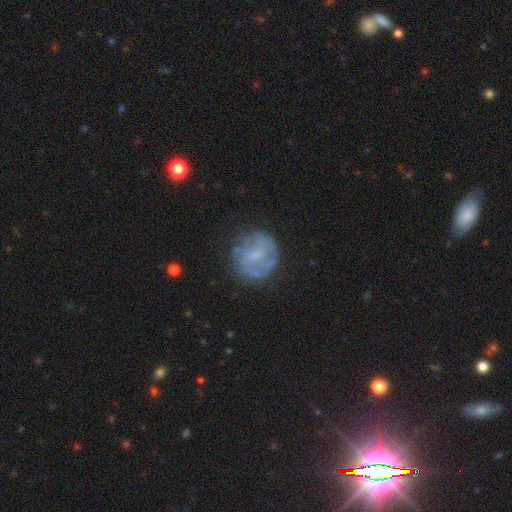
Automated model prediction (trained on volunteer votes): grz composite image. It shows a featured or disk galaxy (60%) with a weak bar (47%), spiral arms (63%) and a small central bulge (45%). Merging: none (68%).